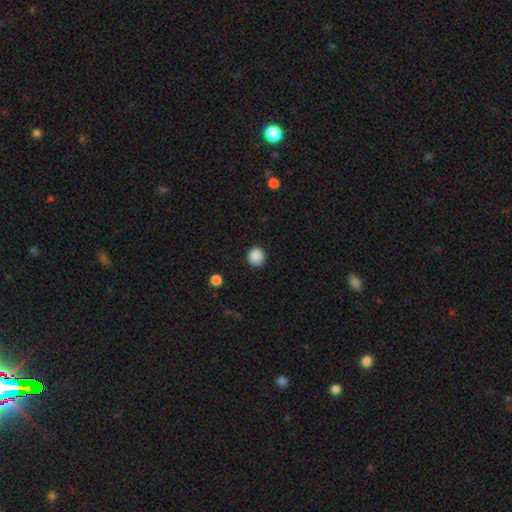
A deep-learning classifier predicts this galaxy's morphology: smooth_or_featured: smooth (p=0.88) [alt: star or artifact p=0.09]
how_rounded: round (p=0.90) [alt: in between p=0.09]
merging: none (p=0.90) [alt: minor disturbance p=0.07]